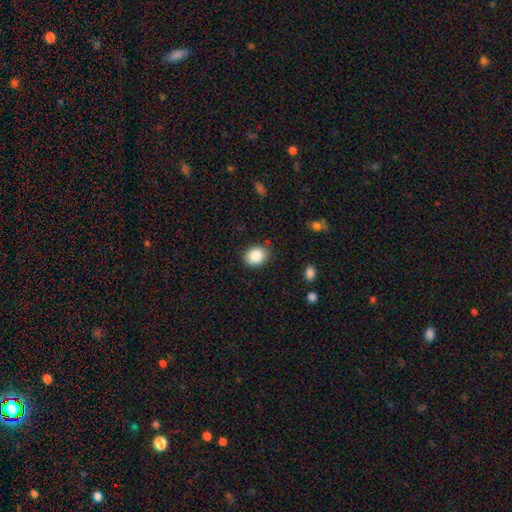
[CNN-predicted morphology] The model was most divided on "how rounded": in between: 52%, round: 47%, cigar-shaped: 1%. More confident: smooth or featured — smooth (87%); merging — none (86%).